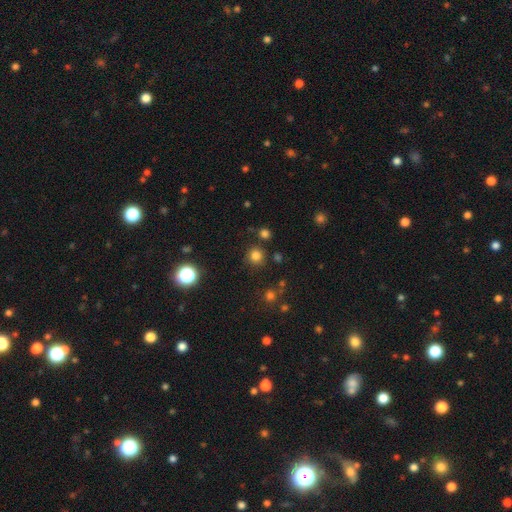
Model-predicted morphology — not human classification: type=smooth (78%); roundness=round (93%); merging=none (86%).